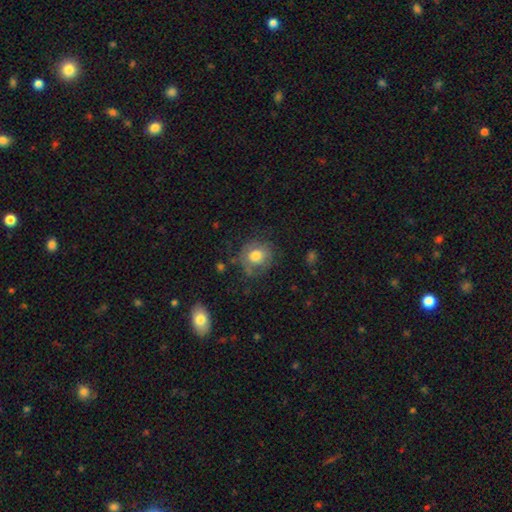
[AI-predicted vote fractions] This is likely a smooth galaxy (64%). How rounded: clearly round (81%). Merging: likely none (62%).